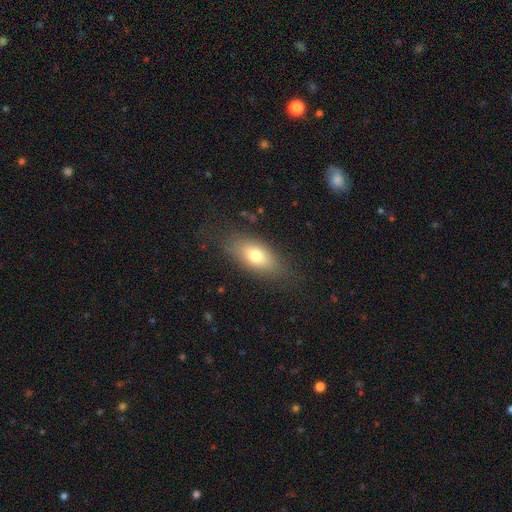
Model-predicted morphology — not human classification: A smooth galaxy with no disk features (73%) that is in between round and cigar-shaped (84%).

Vote fractions:
- Smooth or featured? smooth: 73% / featured or disk: 18% / star or artifact: 9%
- How rounded? in between: 84% / cigar-shaped: 9% / round: 7%
- Merging? none: 80% / minor disturbance: 14% / major disturbance: 5% / merger: 1%